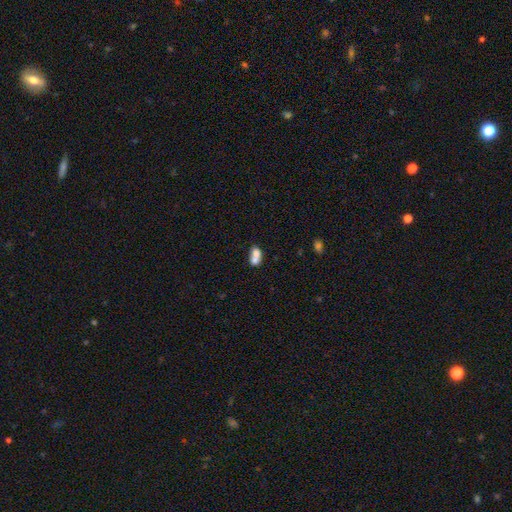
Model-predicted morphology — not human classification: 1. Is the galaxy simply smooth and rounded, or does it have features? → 69% smooth, 22% featured or disk, 9% star or artifact.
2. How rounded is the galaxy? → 59% in between, 39% round, 2% cigar-shaped.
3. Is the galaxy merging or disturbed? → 69% merger, 21% none, 6% minor disturbance, 3% major disturbance.